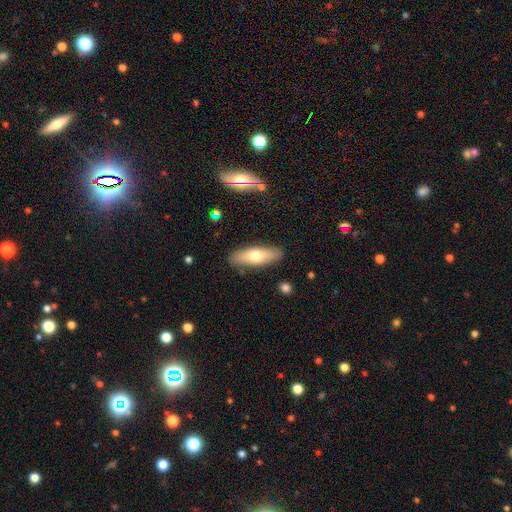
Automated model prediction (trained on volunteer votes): Overall: smooth (65%; featured or disk 29%). How rounded: in between (54%; cigar-shaped 44%). Merging: none (86%).